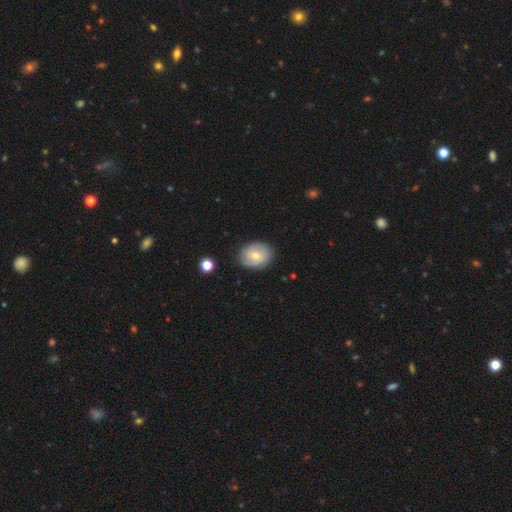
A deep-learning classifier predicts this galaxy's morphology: Q: Smooth or featured?
A: featured or disk (59%); runner-up: smooth (34%)
Q: Edge-on disk?
A: no (97%); runner-up: yes (3%)
Q: Bar?
A: no (58%); runner-up: weak (36%)
Q: Spiral arms?
A: yes (82%); runner-up: no (18%)
Q: Bulge size?
A: moderate (57%); runner-up: small (39%)
Q: Merging?
A: none (81%); runner-up: minor disturbance (14%)